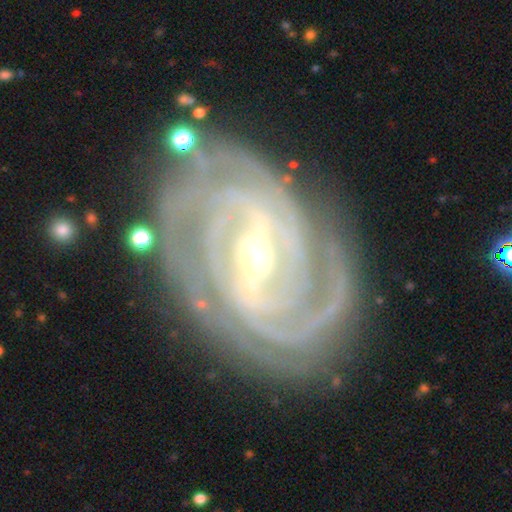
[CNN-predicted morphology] Overall: featured or disk (92%). Edge-on disk: no (97%). Bar: strong (56%; weak 35%). Spiral arms: yes (98%). Spiral arm count: 3 (27%; 2 26%). Spiral winding: tight (76%). Bulge size: small (53%; moderate 43%). Merging: none (80%).